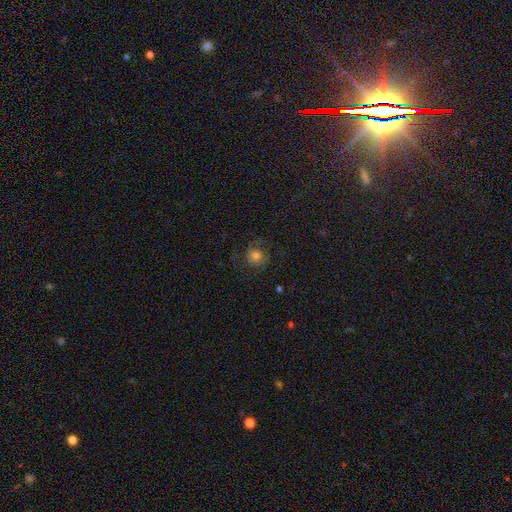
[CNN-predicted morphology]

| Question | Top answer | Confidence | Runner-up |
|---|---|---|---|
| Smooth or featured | smooth | 50% | featured or disk (38%) |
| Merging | none | 69% | minor disturbance (16%) |